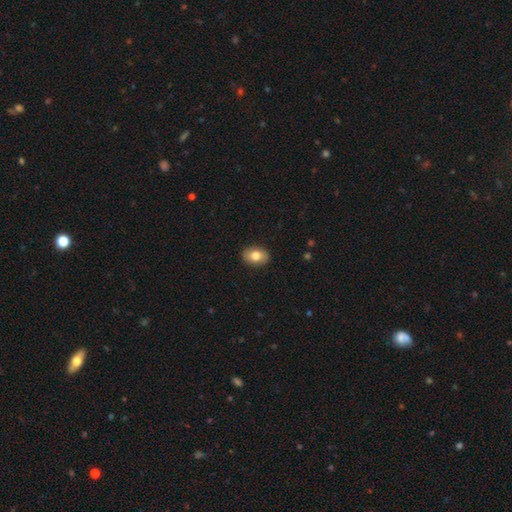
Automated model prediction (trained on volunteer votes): Overall: smooth (79%). How rounded: in between (70%). Merging: none (90%).